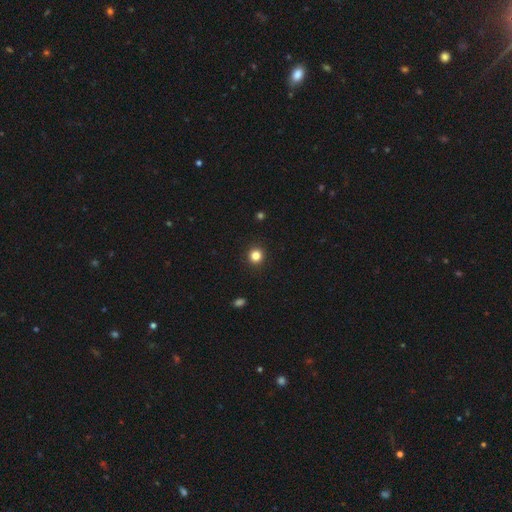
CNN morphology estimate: Smooth or featured? Predicted: smooth (p=0.83). How rounded? Predicted: round (p=0.93). Merging? Predicted: none (p=0.93).